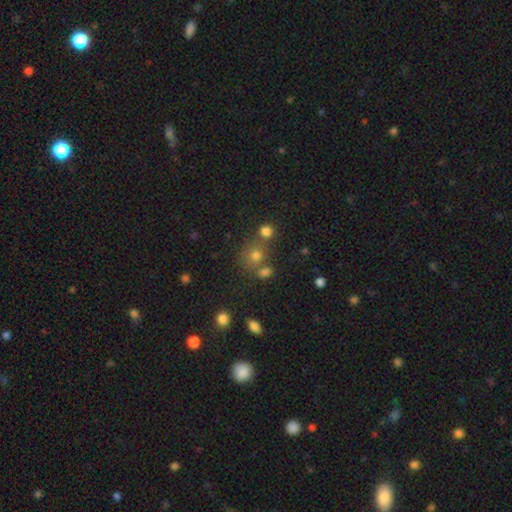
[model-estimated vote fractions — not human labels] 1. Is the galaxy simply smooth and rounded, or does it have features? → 65% smooth, 24% star or artifact, 11% featured or disk.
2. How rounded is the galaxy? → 81% round, 18% in between, 1% cigar-shaped.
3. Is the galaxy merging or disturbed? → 59% none, 27% merger, 10% minor disturbance, 5% major disturbance.